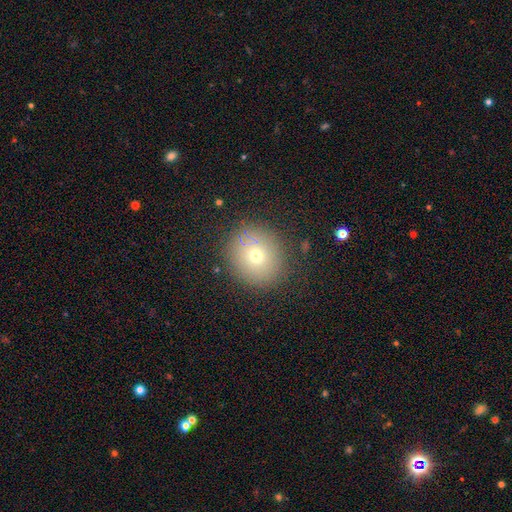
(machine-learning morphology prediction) smooth_or_featured: smooth (p=0.69) [alt: star or artifact p=0.16]
how_rounded: round (p=0.87) [alt: in between p=0.12]
merging: none (p=0.87) [alt: minor disturbance p=0.09]